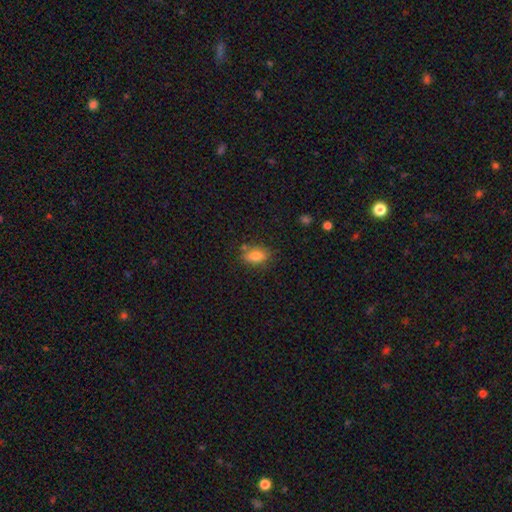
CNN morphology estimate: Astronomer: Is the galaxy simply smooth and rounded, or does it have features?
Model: smooth — 78%.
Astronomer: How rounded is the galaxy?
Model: in between — 83%.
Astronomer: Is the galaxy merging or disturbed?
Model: none — 76%.